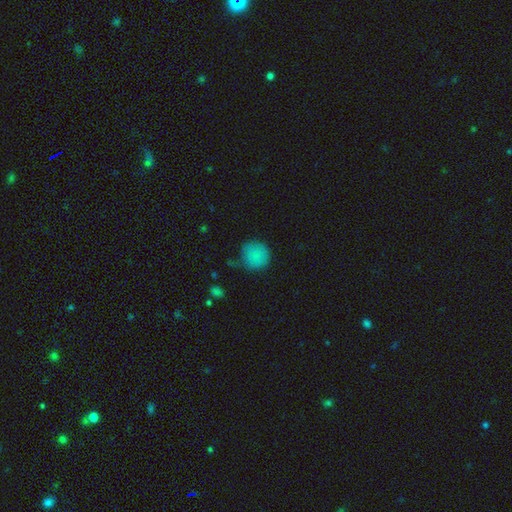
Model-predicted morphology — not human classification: Smooth or featured: smooth — 84% (star or artifact — 10%)
How rounded: round — 90% (in between — 9%)
Merging: none — 61% (minor disturbance — 26%)